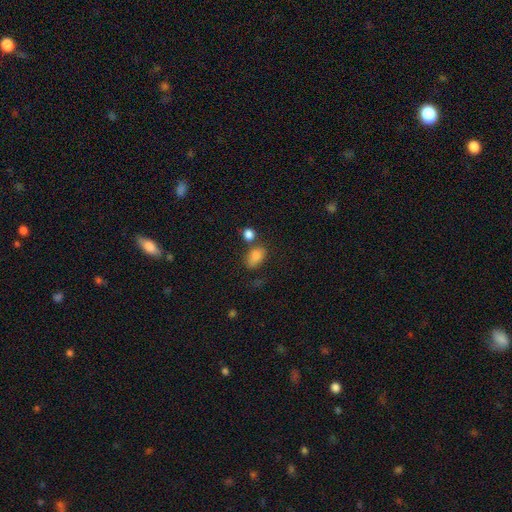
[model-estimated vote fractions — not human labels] Smooth or featured? smooth (83%)
How rounded? in between (83%)
Merging? none (52%)